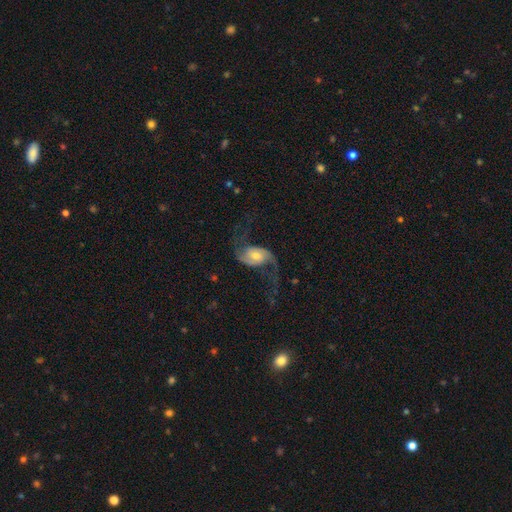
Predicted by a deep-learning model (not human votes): Overall: featured or disk (86%). Edge-on disk: no (97%). Bar: no (49%; weak 36%). Spiral arms: yes (96%). Spiral arm count: 2 (93%). Spiral winding: loose (81%). Bulge size: moderate (58%; small 31%). Merging: none (61%; major disturbance 22%).